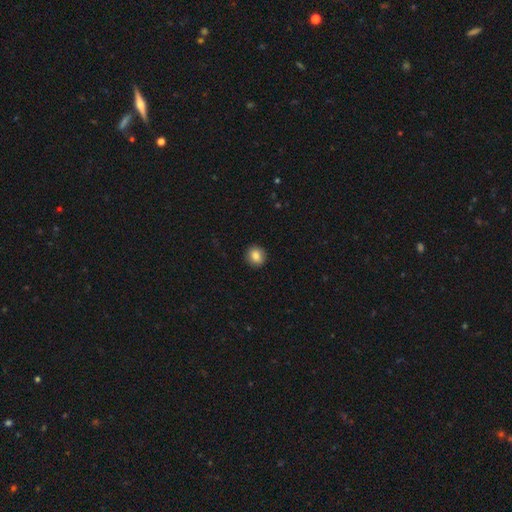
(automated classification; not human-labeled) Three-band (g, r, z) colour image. It shows a smooth galaxy with no disk features (84%) that is round (85%). Merging: none (91%).